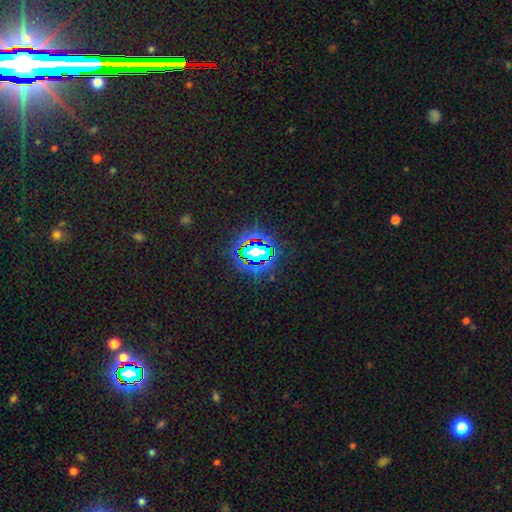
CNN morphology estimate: The model was most divided on "smooth or featured": star or artifact: 70%, smooth: 18%, featured or disk: 12%.